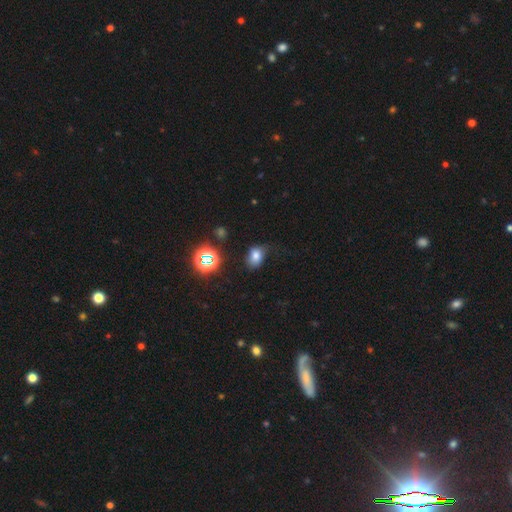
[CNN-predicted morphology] smooth 72%, star or artifact 18%, featured or disk 11%. Down the decision tree: how rounded — in between (70%); merging — none (55%).